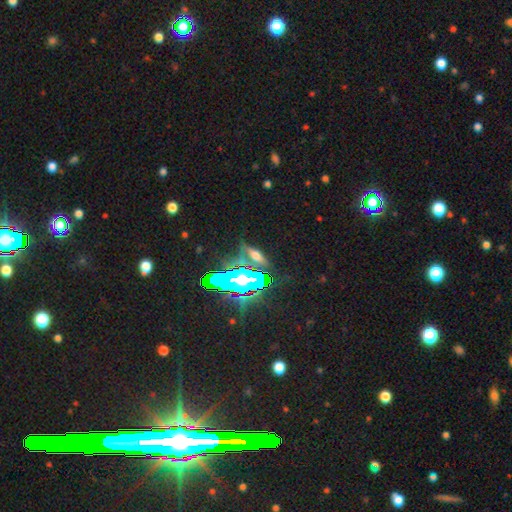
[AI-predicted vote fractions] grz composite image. It shows a star or artifact, not a galaxy (36%).